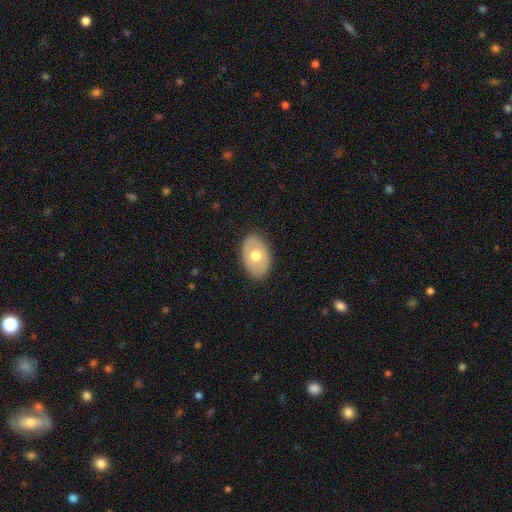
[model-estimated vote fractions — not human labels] A smooth galaxy with no disk features (57%) that is in between round and cigar-shaped (83%). Merging: none (85%).